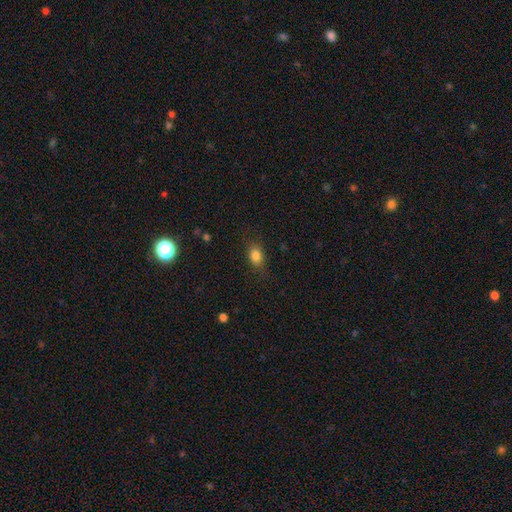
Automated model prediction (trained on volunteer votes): Smooth or featured: smooth — 83% (star or artifact — 10%)
How rounded: in between — 72% (round — 25%)
Merging: none — 78% (minor disturbance — 16%)